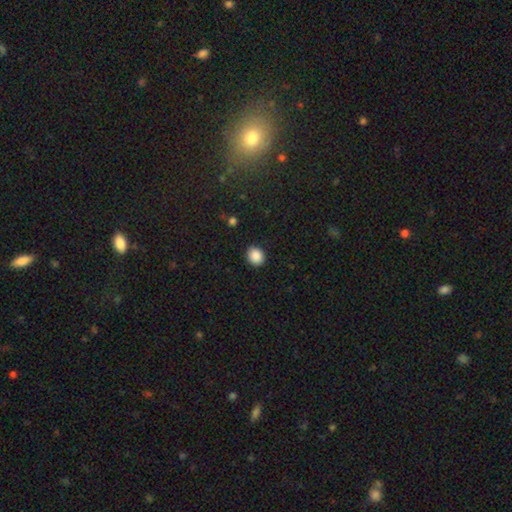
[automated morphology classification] smooth_or_featured: smooth (p=0.88) [alt: star or artifact p=0.09]
how_rounded: round (p=0.75) [alt: in between p=0.24]
merging: none (p=0.90) [alt: minor disturbance p=0.07]